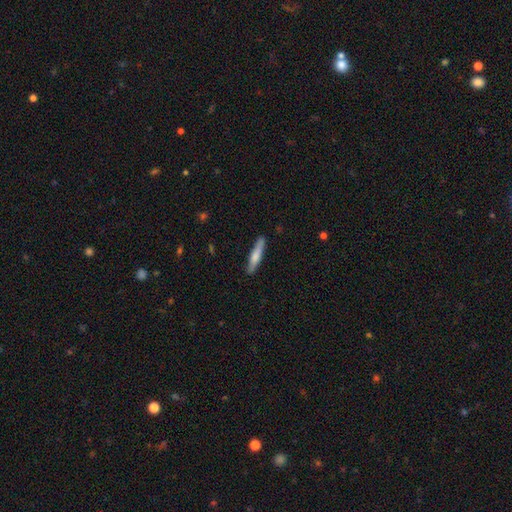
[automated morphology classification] smooth-or-featured: smooth: 62% | featured or disk: 33% | star or artifact: 5%
  how-rounded: cigar-shaped: 90% | in between: 8% | round: 1%
  merging: none: 88% | minor disturbance: 9% | major disturbance: 2% | merger: 1%